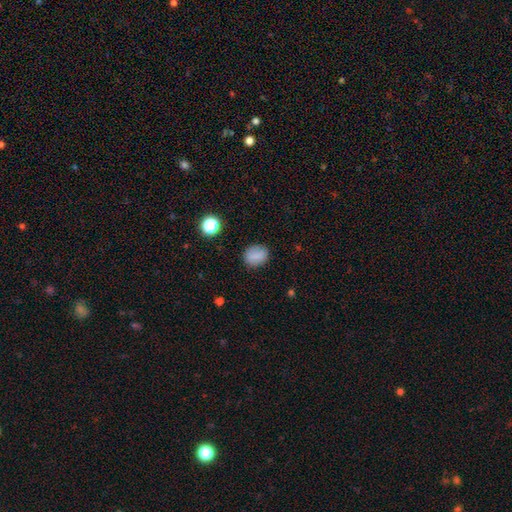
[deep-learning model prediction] A smooth galaxy with no disk features (81%) that is round (57%).

Vote fractions:
- Smooth or featured? smooth: 81% / star or artifact: 11% / featured or disk: 8%
- How rounded? round: 57% / in between: 42% / cigar-shaped: 1%
- Merging? none: 85% / minor disturbance: 10% / major disturbance: 3% / merger: 1%